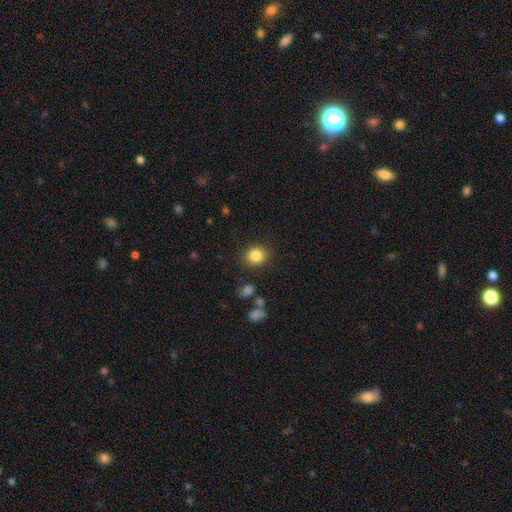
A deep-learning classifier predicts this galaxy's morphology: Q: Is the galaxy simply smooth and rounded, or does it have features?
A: smooth — 85%.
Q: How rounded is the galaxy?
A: round — 77%.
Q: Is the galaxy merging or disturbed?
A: none — 88%.